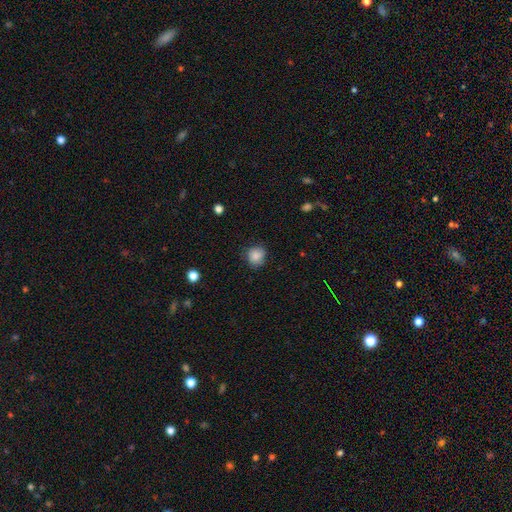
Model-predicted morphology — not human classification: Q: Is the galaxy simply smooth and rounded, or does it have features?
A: smooth — 85%.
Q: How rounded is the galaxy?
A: round — 82%.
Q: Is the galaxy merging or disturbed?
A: none — 77%.